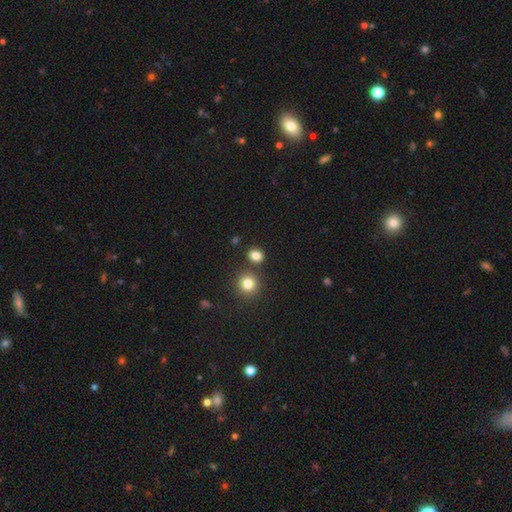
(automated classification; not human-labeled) smooth-or-featured: smooth: 82% | star or artifact: 13% | featured or disk: 5%
  how-rounded: round: 67% | in between: 32% | cigar-shaped: 1%
  merging: none: 79% | merger: 10% | minor disturbance: 8% | major disturbance: 3%